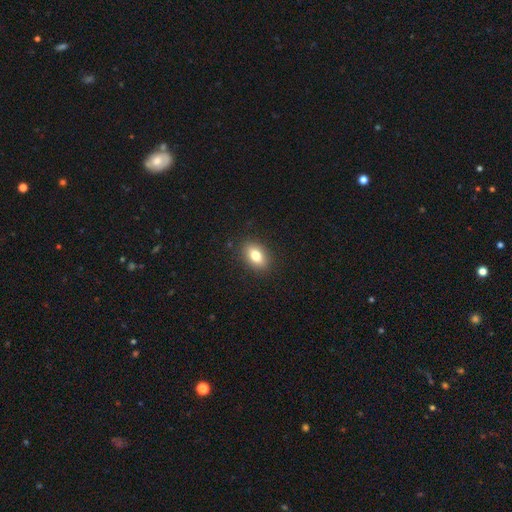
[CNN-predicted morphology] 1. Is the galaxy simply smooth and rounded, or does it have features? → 78% smooth, 13% featured or disk, 9% star or artifact.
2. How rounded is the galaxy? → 84% in between, 14% round, 3% cigar-shaped.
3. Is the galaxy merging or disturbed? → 88% none, 8% minor disturbance, 2% major disturbance, 1% merger.